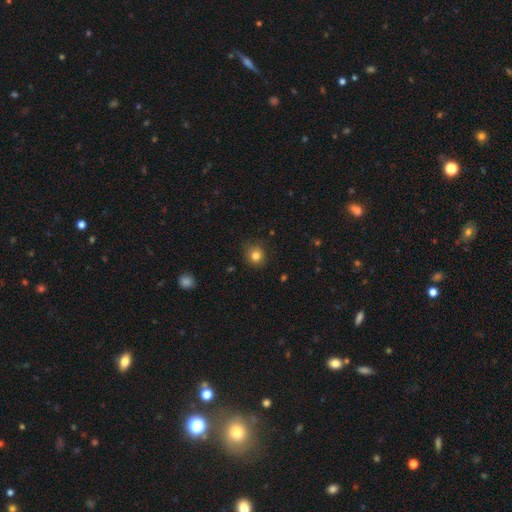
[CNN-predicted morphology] smooth 82%, star or artifact 12%, featured or disk 6%. Down the decision tree: how rounded — round (86%); merging — none (86%).